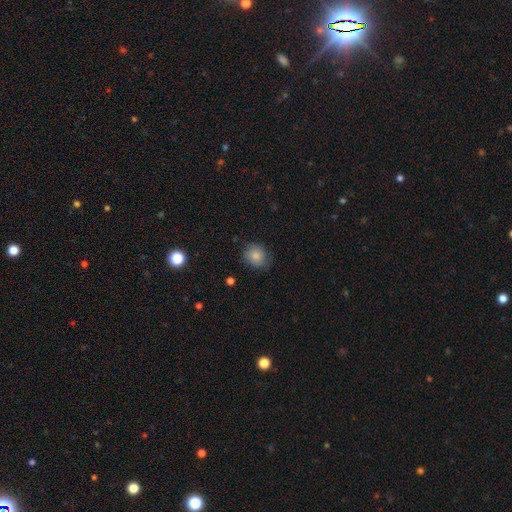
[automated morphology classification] A smooth galaxy with no disk features (82%) that is round (65%).

Vote fractions:
- Smooth or featured? smooth: 82% / featured or disk: 10% / star or artifact: 9%
- How rounded? round: 65% / in between: 35% / cigar-shaped: 1%
- Merging? none: 74% / minor disturbance: 21% / major disturbance: 5% / merger: 1%